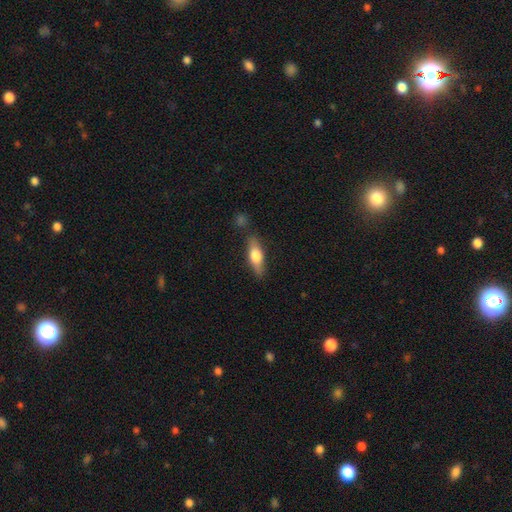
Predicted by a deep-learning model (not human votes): Smooth or featured? Predicted: smooth (p=0.59). How rounded? Predicted: in between (p=0.53). Merging? Predicted: none (p=0.79).